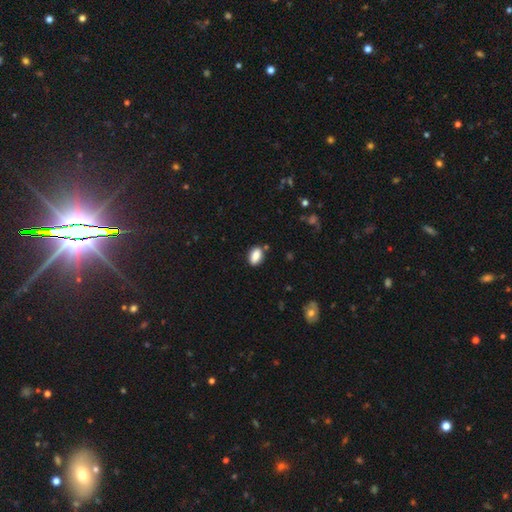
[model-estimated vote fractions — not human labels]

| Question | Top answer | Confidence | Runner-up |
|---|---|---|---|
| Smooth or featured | smooth | 87% | star or artifact (8%) |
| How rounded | in between | 88% | round (9%) |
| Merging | none | 83% | minor disturbance (11%) |